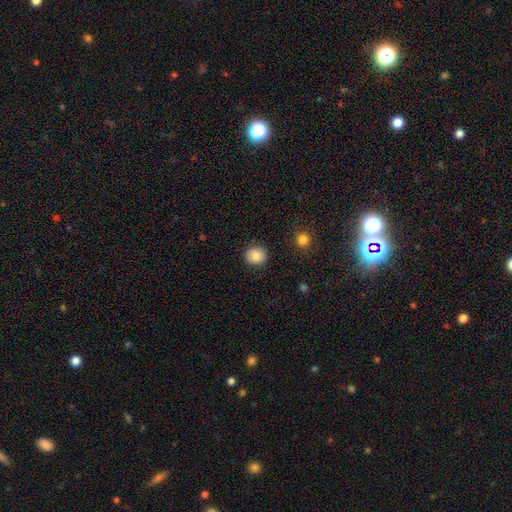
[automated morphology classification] Q: Smooth or featured?
A: smooth (86%); runner-up: star or artifact (9%)
Q: How rounded?
A: round (89%); runner-up: in between (10%)
Q: Merging?
A: none (89%); runner-up: minor disturbance (7%)